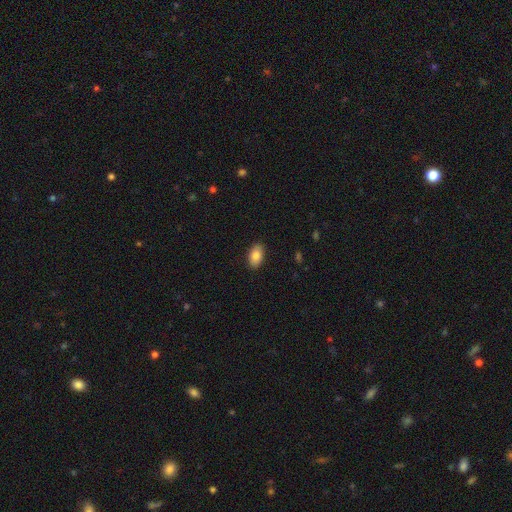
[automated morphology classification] The model was most divided on "smooth or featured": smooth: 85%, featured or disk: 8%, star or artifact: 7%. More confident: how rounded — in between (92%); merging — none (89%).